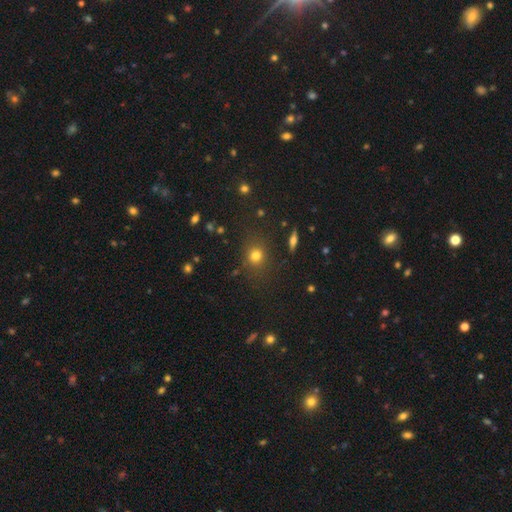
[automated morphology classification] Smooth or featured: smooth — 74% (star or artifact — 17%)
How rounded: round — 80% (in between — 19%)
Merging: none — 82% (minor disturbance — 10%)